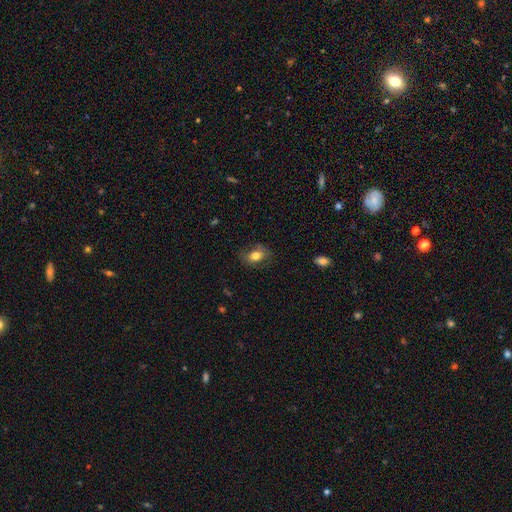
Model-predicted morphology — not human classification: This is likely a smooth galaxy (76%). How rounded: likely in between (74%). Merging: likely none (74%).